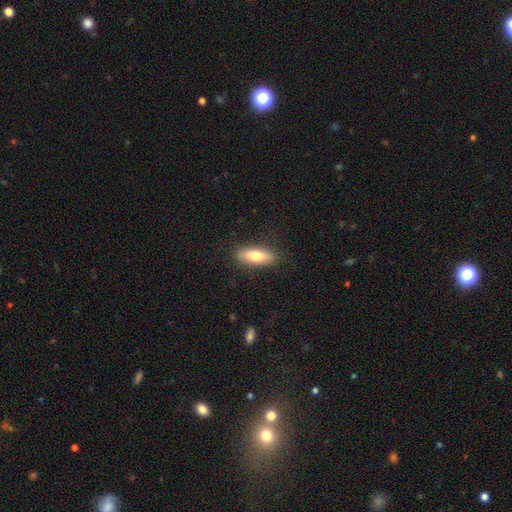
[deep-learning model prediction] Overall: smooth (73%). How rounded: in between (61%; cigar-shaped 37%). Merging: none (87%).